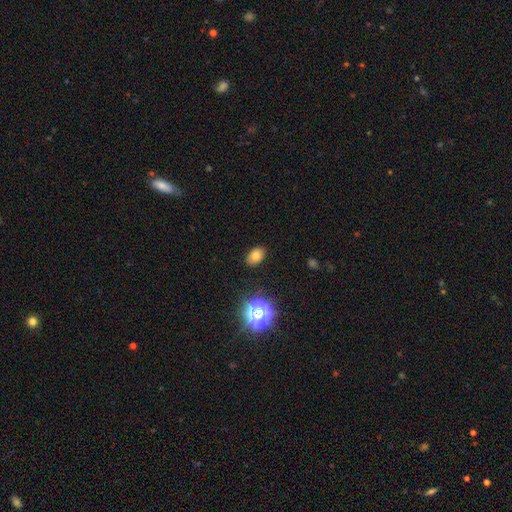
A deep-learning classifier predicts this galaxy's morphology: smooth 75%, star or artifact 14%, featured or disk 11%. Down the decision tree: how rounded — in between (78%); merging — none (86%).